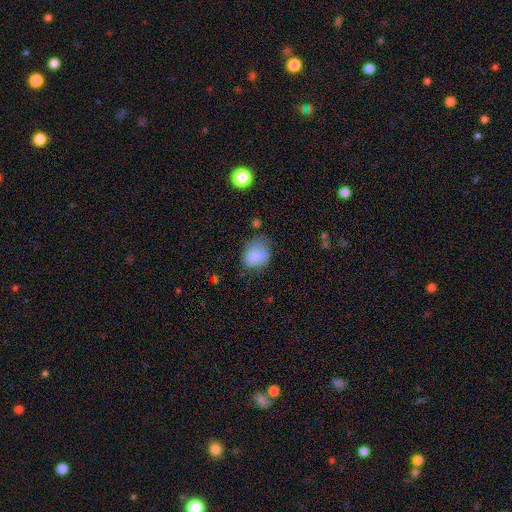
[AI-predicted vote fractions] smooth 83%, star or artifact 9%, featured or disk 8%. Down the decision tree: how rounded — in between (54%); merging — none (51%).